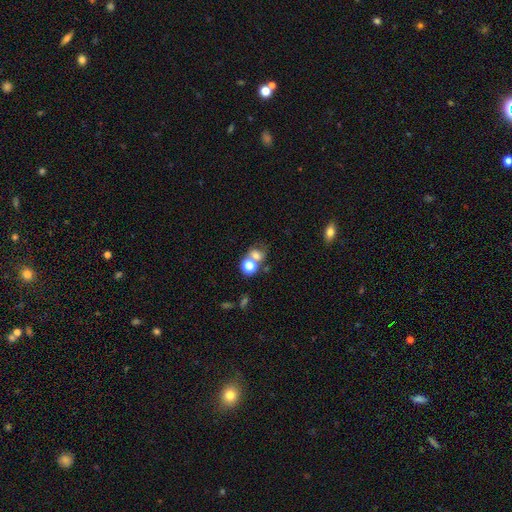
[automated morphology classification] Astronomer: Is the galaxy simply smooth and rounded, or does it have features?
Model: smooth — 67%.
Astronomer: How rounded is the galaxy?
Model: round — 57% (runner-up: in between, 41%).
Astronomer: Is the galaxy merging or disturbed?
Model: merger — 44% (runner-up: none, 39%).